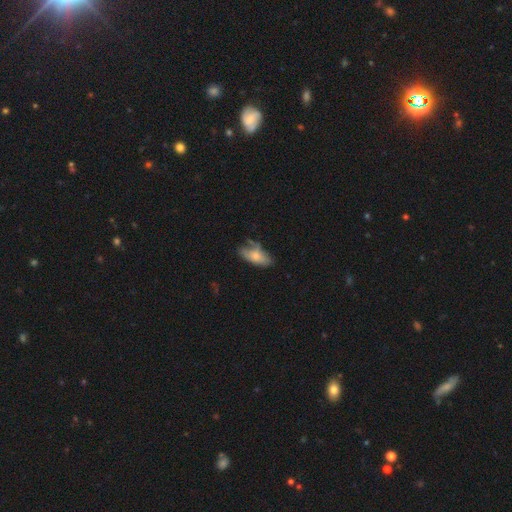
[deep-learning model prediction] Q: Smooth or featured?
A: smooth (66%); runner-up: featured or disk (26%)
Q: How rounded?
A: in between (85%); runner-up: cigar-shaped (12%)
Q: Merging?
A: none (41%); runner-up: minor disturbance (33%)